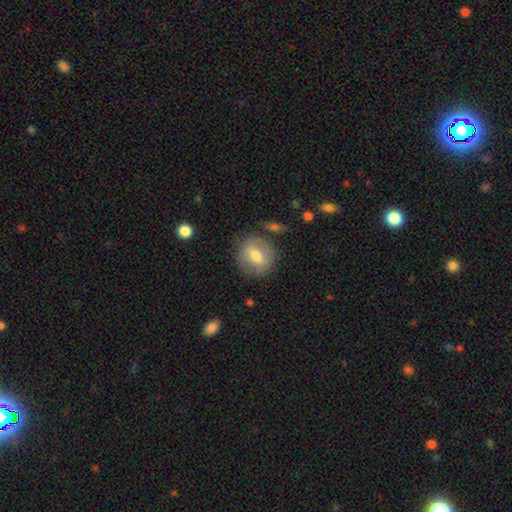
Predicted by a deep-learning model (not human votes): A smooth galaxy with no disk features (55%) that is round (77%).

Vote fractions:
- Smooth or featured? smooth: 55% / featured or disk: 37% / star or artifact: 7%
- How rounded? round: 77% / in between: 21% / cigar-shaped: 2%
- Merging? none: 80% / minor disturbance: 13% / major disturbance: 4% / merger: 3%